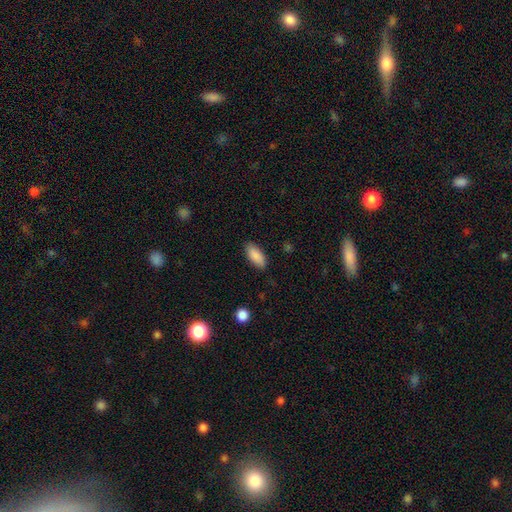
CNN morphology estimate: Smooth or featured?
  - smooth: 89% *
  - star or artifact: 7%
  - featured or disk: 5%
How rounded?
  - in between: 87% *
  - cigar-shaped: 11%
  - round: 2%
Merging?
  - none: 86% *
  - minor disturbance: 11%
  - major disturbance: 2%
  - merger: 1%